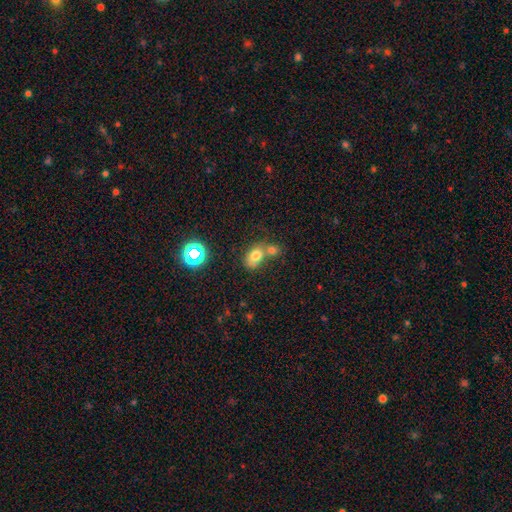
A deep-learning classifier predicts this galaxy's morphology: type=smooth (73%); roundness=in between (68%); merging=merger (50%).